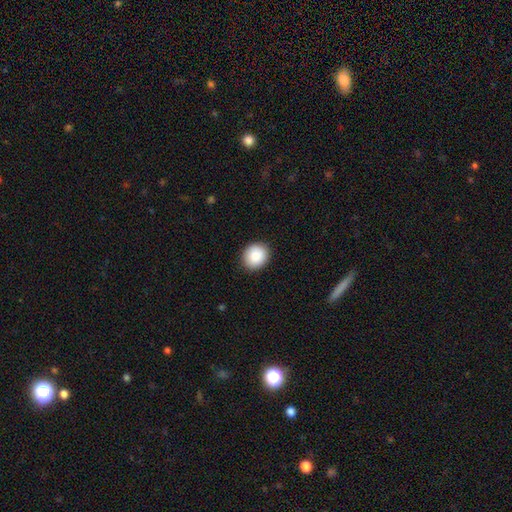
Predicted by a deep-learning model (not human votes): Morphology: type=smooth (88%); roundness=round (77%); merging=none (90%).